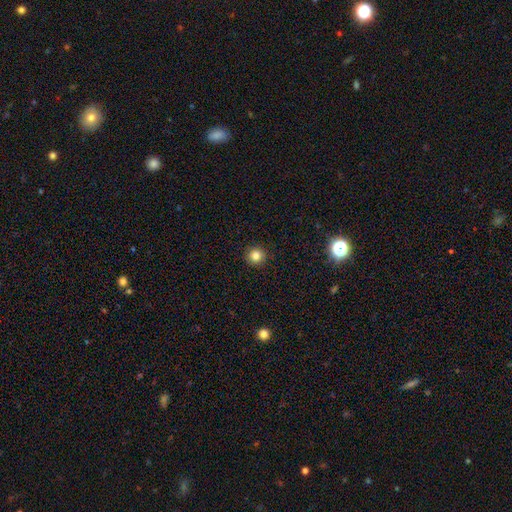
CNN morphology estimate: This appears to be a smooth galaxy with no disk features (84%) that is round (93%). Merging: none (92%).